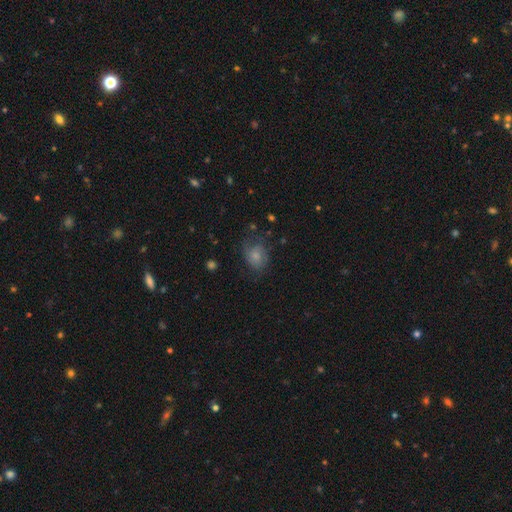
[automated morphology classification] Smooth or featured: smooth — 58% (featured or disk — 32%)
How rounded: in between — 54% (round — 44%)
Merging: none — 54% (minor disturbance — 27%)